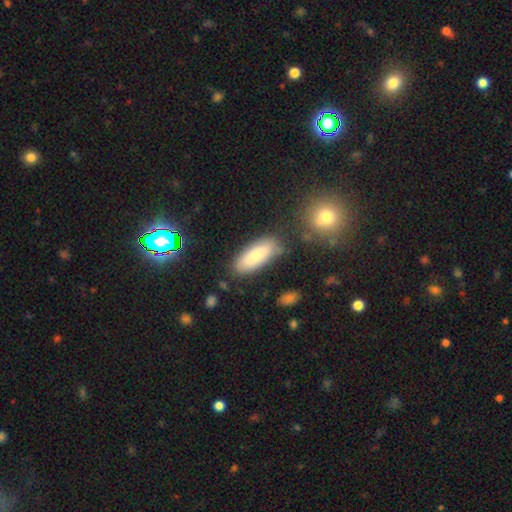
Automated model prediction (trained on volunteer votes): A smooth galaxy with no disk features (79%) that is in between round and cigar-shaped (73%). Merging: none (78%).